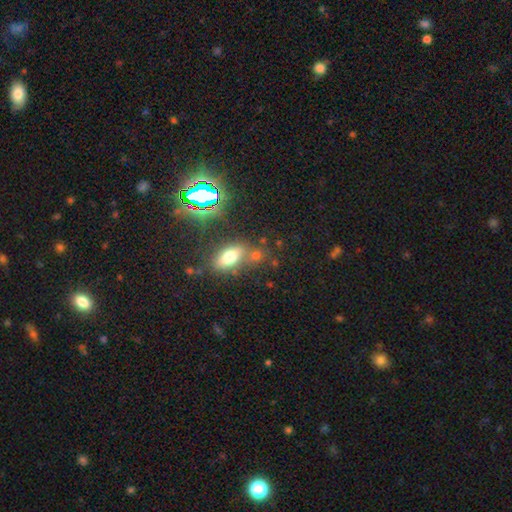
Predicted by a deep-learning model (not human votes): Smooth or featured?
  - smooth: 55% *
  - star or artifact: 31%
  - featured or disk: 13%
How rounded?
  - in between: 67% *
  - round: 19%
  - cigar-shaped: 14%
Merging?
  - none: 66% *
  - merger: 15%
  - minor disturbance: 13%
  - major disturbance: 6%